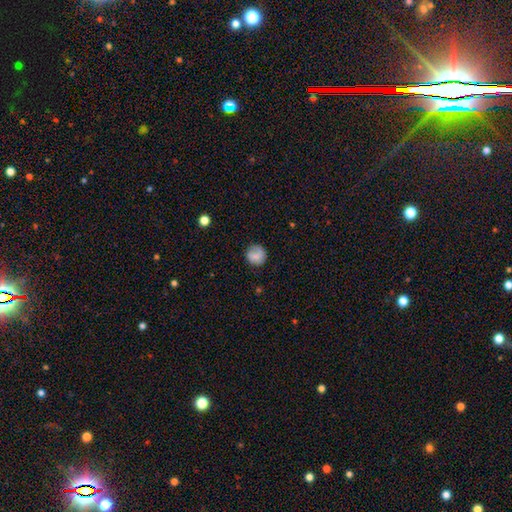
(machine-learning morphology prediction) The model was most divided on "merging": none: 79%, minor disturbance: 16%, major disturbance: 4%, merger: 2%. More confident: how rounded — round (89%); smooth or featured — smooth (78%).